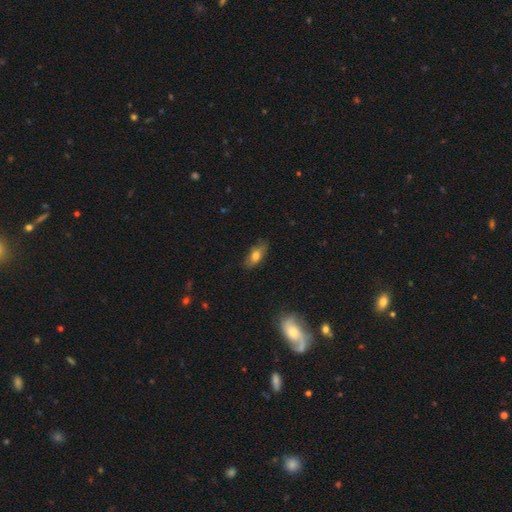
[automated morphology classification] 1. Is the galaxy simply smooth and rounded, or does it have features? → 71% smooth, 21% featured or disk, 8% star or artifact.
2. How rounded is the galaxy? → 82% in between, 14% cigar-shaped, 4% round.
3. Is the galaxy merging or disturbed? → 76% none, 19% minor disturbance, 4% major disturbance, 1% merger.